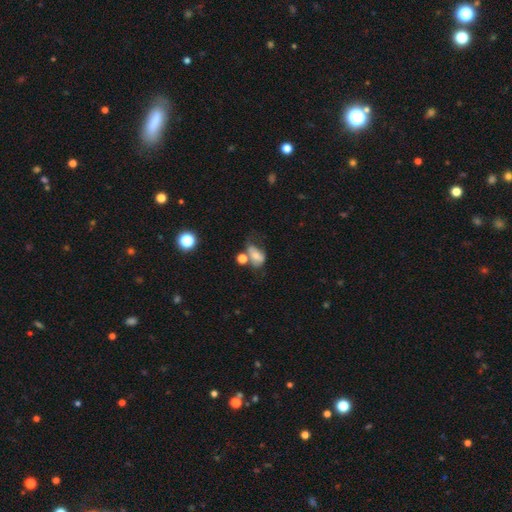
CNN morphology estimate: type=smooth (60%); roundness=in between (79%); merging=none (28%).